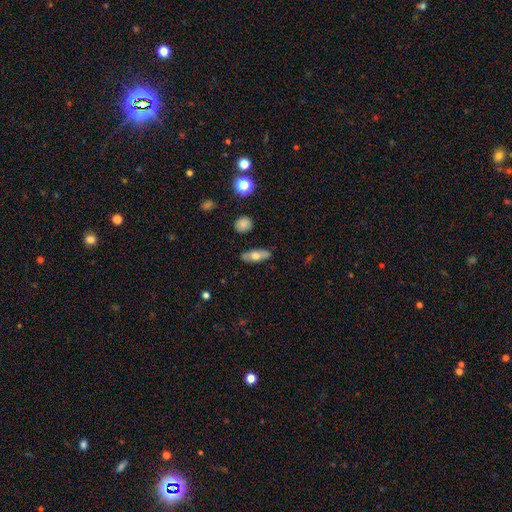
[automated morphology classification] smooth_or_featured: smooth (p=0.61) [alt: featured or disk p=0.32]
how_rounded: in between (p=0.58) [alt: cigar-shaped p=0.38]
merging: none (p=0.85) [alt: minor disturbance p=0.11]